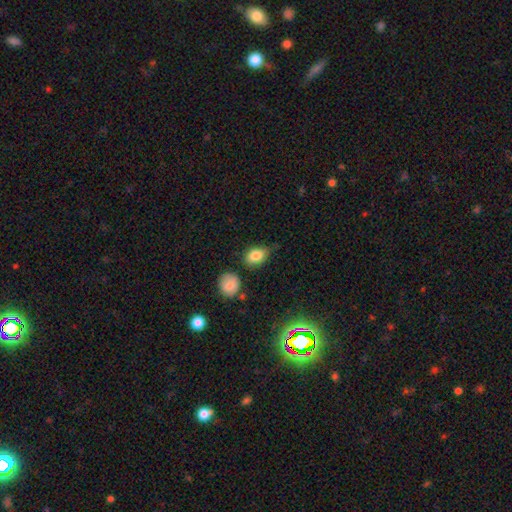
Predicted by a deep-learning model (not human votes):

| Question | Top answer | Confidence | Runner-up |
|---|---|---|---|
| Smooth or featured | smooth | 83% | star or artifact (9%) |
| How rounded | in between | 75% | round (23%) |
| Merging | none | 59% | minor disturbance (30%) |